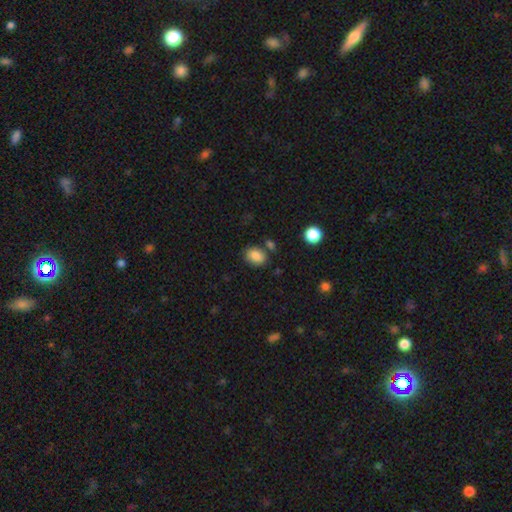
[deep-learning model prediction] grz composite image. It shows a smooth galaxy with no disk features (85%) that is in between round and cigar-shaped (64%). Merging: none (75%).